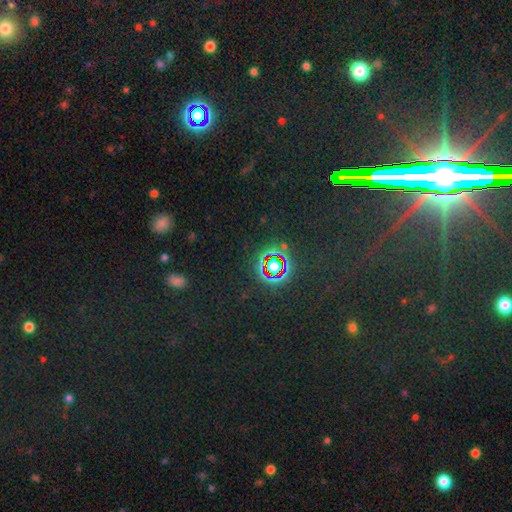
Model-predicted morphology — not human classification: star or artifact 71%, smooth 17%, featured or disk 12%.